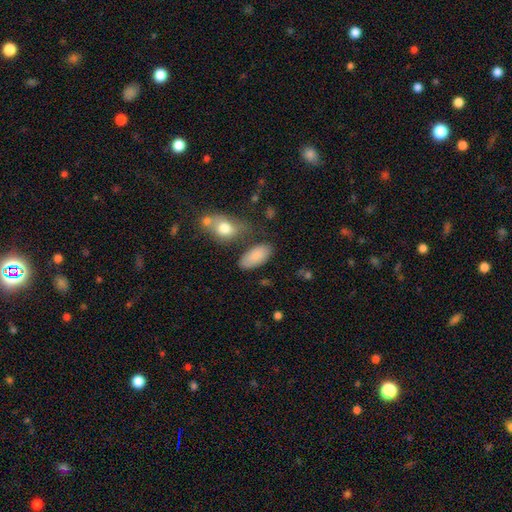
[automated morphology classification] type=smooth (84%); roundness=in between (93%); merging=none (69%).